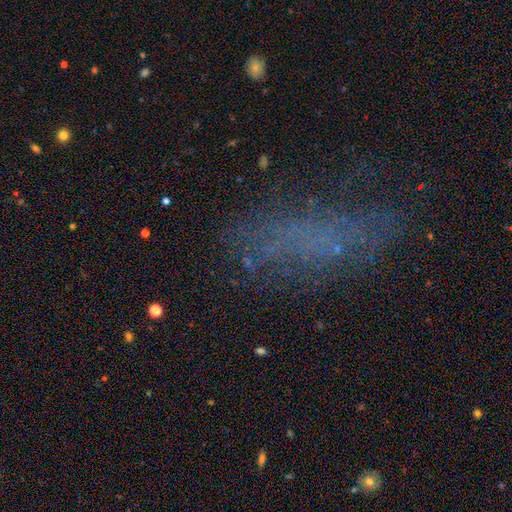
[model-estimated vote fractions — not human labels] Morphology: type=smooth (37%); merging=none (61%).